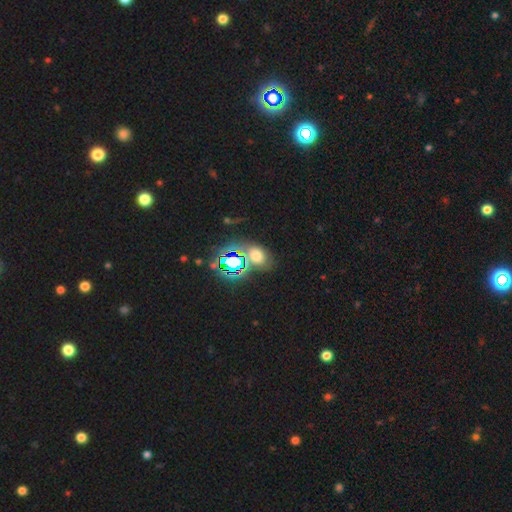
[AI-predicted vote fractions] smooth 50%, star or artifact 39%, featured or disk 11%. Down the decision tree: merging — none (61%).